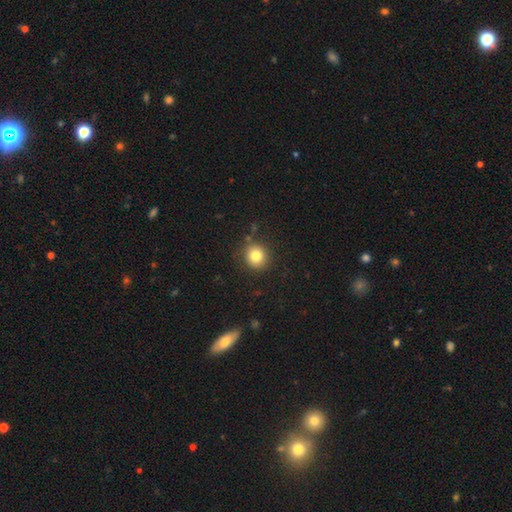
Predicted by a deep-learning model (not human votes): smooth_or_featured: smooth (p=0.81) [alt: star or artifact p=0.12]
how_rounded: round (p=0.89) [alt: in between p=0.10]
merging: none (p=0.86) [alt: minor disturbance p=0.09]